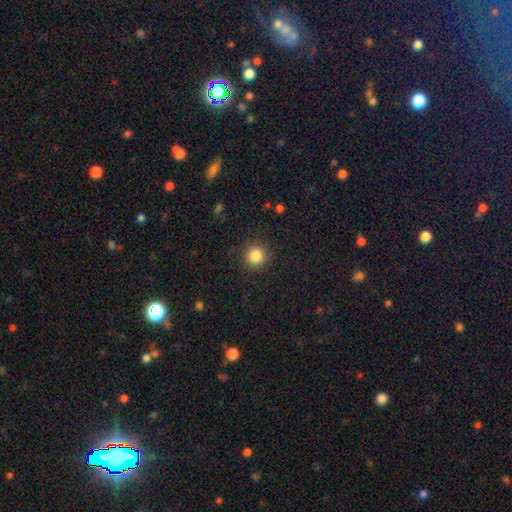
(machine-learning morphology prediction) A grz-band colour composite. It shows a smooth galaxy with no disk features (84%) that is round (94%). Merging: none (89%).